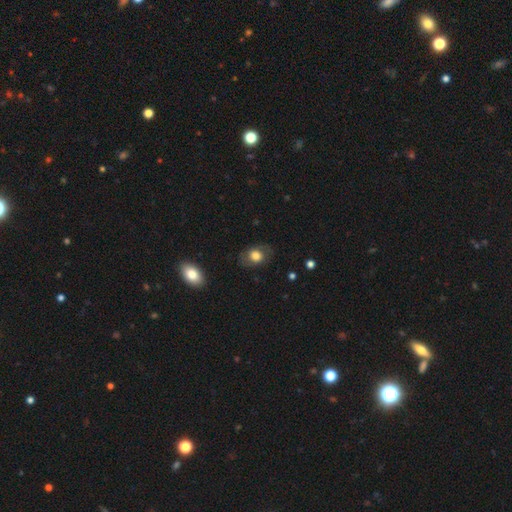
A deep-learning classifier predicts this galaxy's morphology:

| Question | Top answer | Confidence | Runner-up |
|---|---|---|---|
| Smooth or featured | smooth | 67% | featured or disk (25%) |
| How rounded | in between | 64% | round (34%) |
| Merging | none | 76% | minor disturbance (16%) |